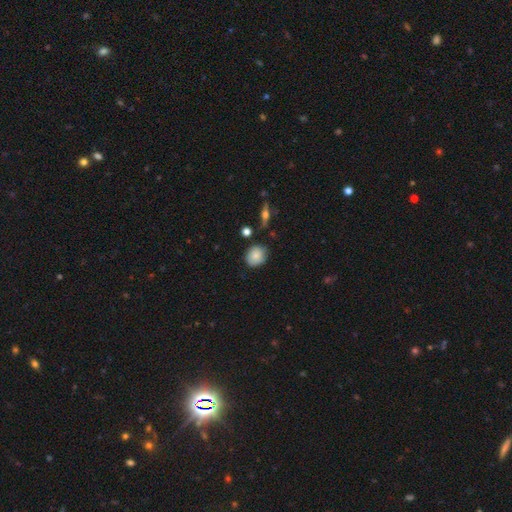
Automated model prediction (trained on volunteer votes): Overall: smooth (79%). How rounded: round (66%; in between 33%). Merging: none (72%).